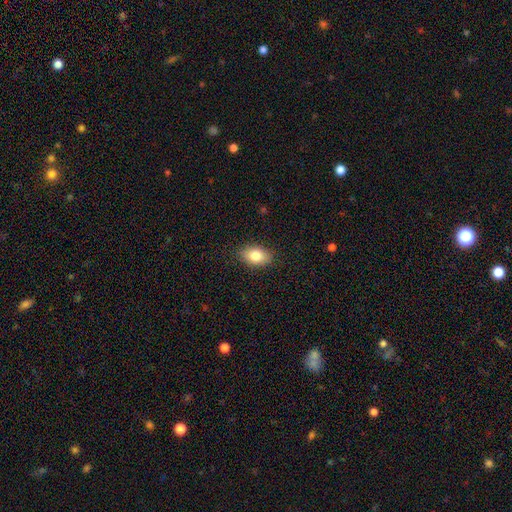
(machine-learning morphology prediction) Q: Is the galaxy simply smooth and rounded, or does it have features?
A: smooth — 82%.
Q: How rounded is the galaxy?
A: in between — 88%.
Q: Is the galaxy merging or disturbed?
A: none — 88%.